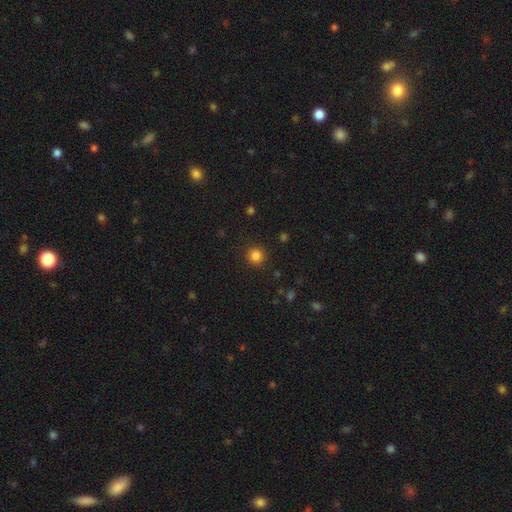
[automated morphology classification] Overall: smooth (84%). How rounded: round (94%). Merging: none (90%).